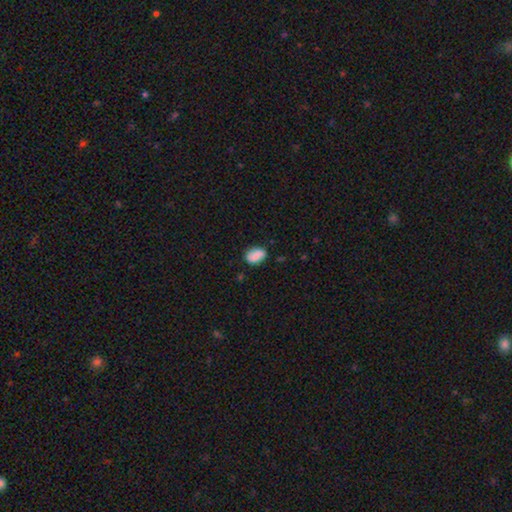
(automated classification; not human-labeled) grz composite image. It shows a smooth galaxy with no disk features (77%) that is in between round and cigar-shaped (80%). Merging: none (75%).